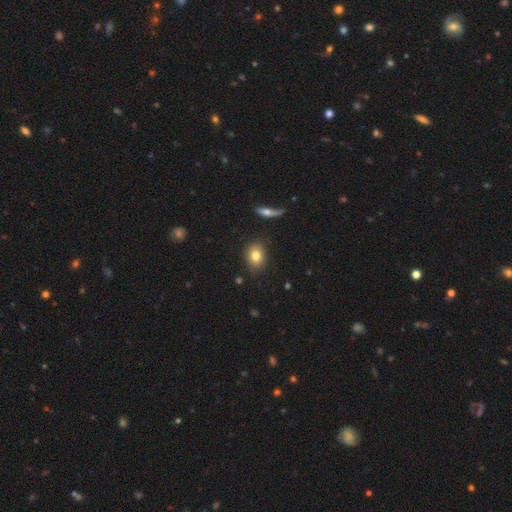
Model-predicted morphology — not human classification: Smooth or featured: smooth — 80% (featured or disk — 10%)
How rounded: in between — 50% (round — 48%)
Merging: none — 85% (minor disturbance — 10%)